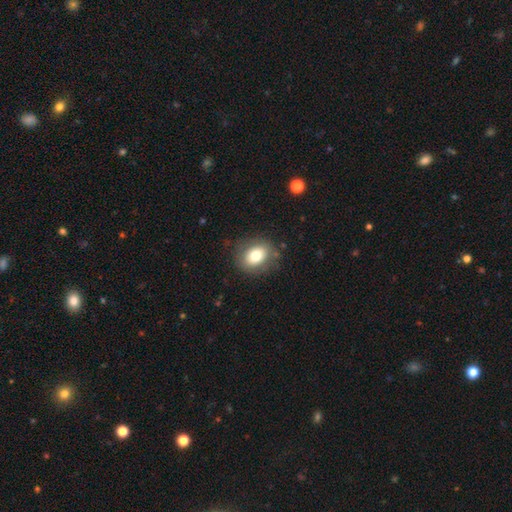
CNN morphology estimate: This appears to be a smooth galaxy with no disk features (75%) that is in between round and cigar-shaped (53%). Merging: none (82%).